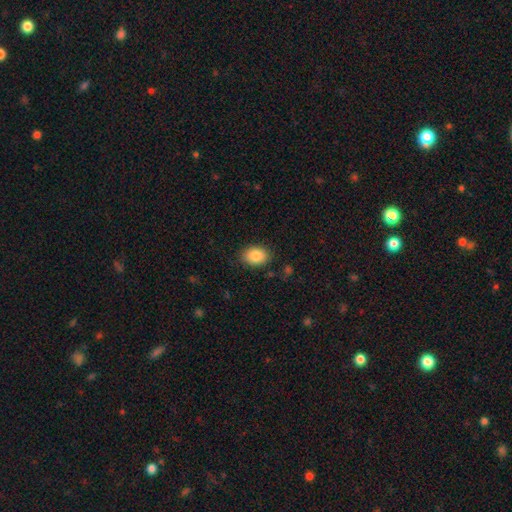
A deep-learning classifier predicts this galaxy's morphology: smooth 87%, star or artifact 8%, featured or disk 6%. Down the decision tree: how rounded — in between (77%); merging — none (86%).